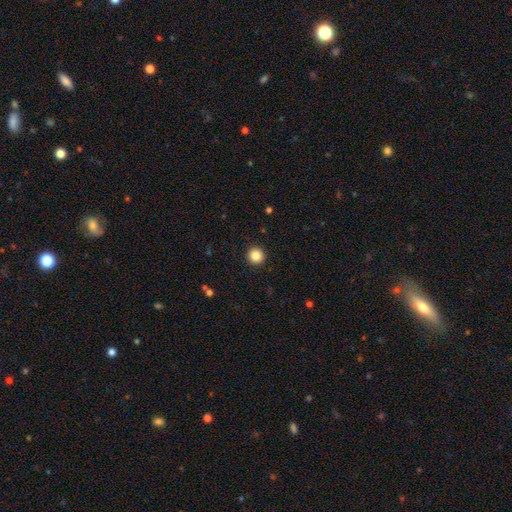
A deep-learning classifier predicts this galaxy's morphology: Q: Smooth or featured?
A: smooth (86%); runner-up: star or artifact (10%)
Q: How rounded?
A: round (95%); runner-up: in between (4%)
Q: Merging?
A: none (93%); runner-up: minor disturbance (4%)